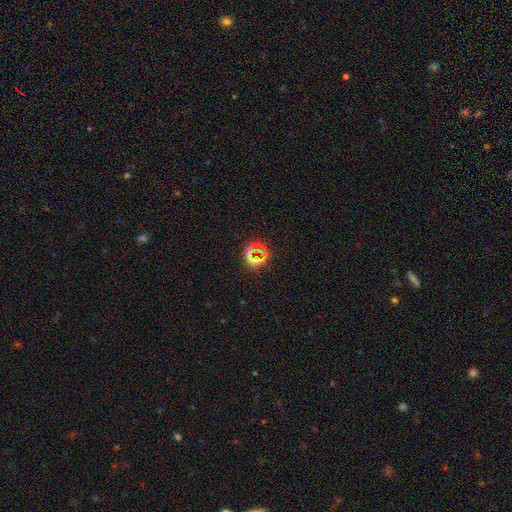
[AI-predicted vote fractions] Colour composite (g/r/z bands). It shows a star or artifact, not a galaxy (65%).